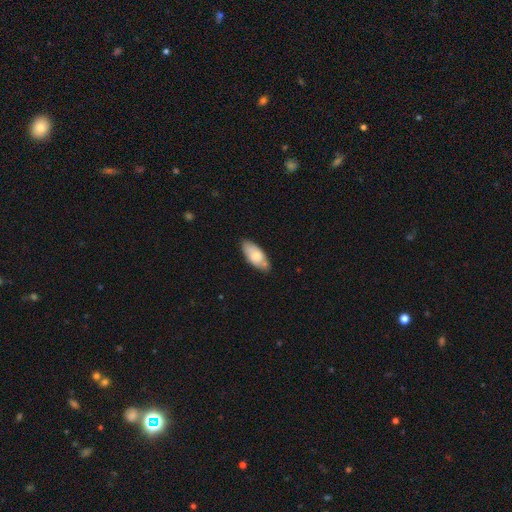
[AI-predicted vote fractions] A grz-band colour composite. It shows a smooth galaxy with no disk features (67%) that is in between round and cigar-shaped (87%). Merging: none (73%).